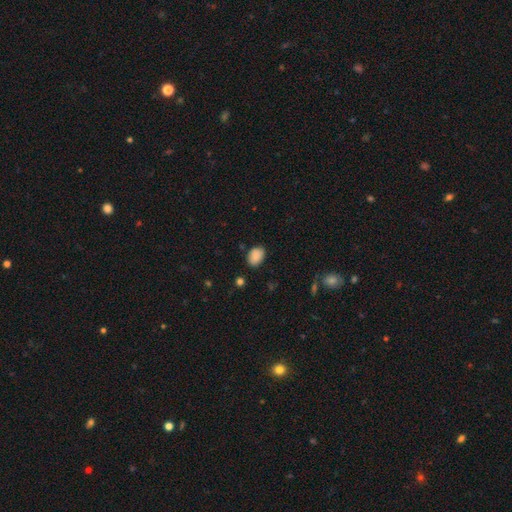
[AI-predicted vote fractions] Morphology: type=smooth (88%); roundness=in between (78%); merging=none (80%).